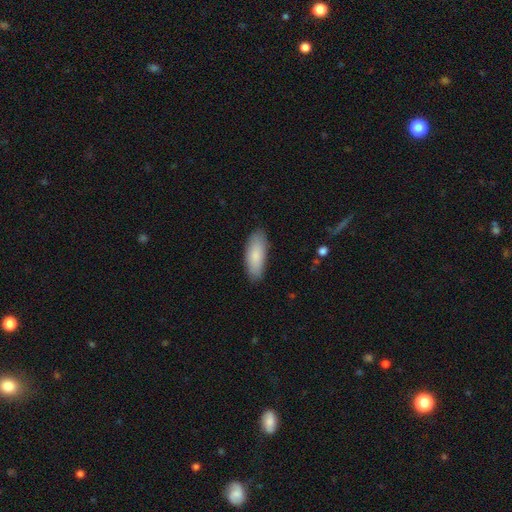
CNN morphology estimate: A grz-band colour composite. It shows a smooth galaxy with no disk features (84%) that is in between round and cigar-shaped (74%). Merging: none (86%).